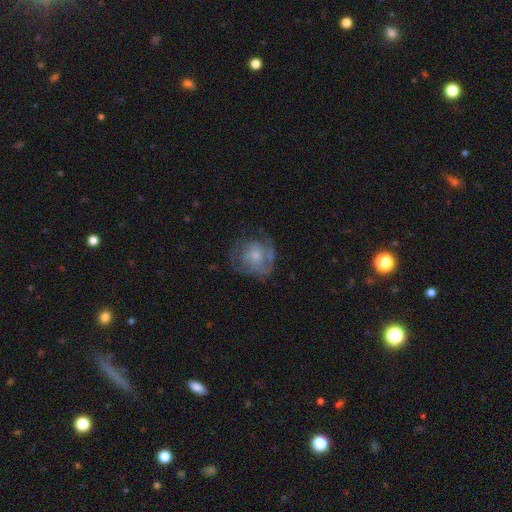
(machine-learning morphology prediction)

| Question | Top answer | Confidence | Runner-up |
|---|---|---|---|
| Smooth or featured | featured or disk | 49% | smooth (42%) |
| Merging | none | 52% | minor disturbance (24%) |